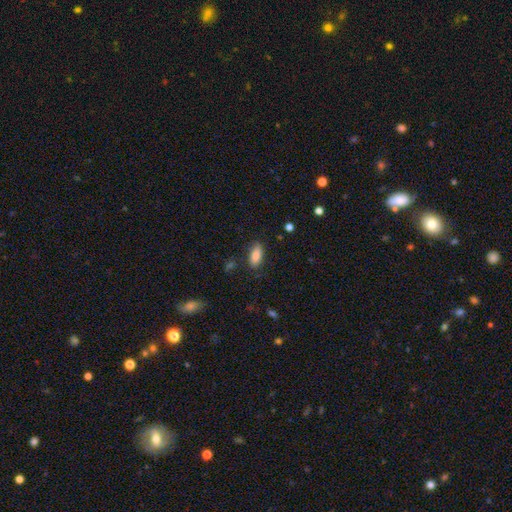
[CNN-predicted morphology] This appears to be a smooth galaxy with no disk features (86%) that is in between round and cigar-shaped (87%). Merging: none (81%).